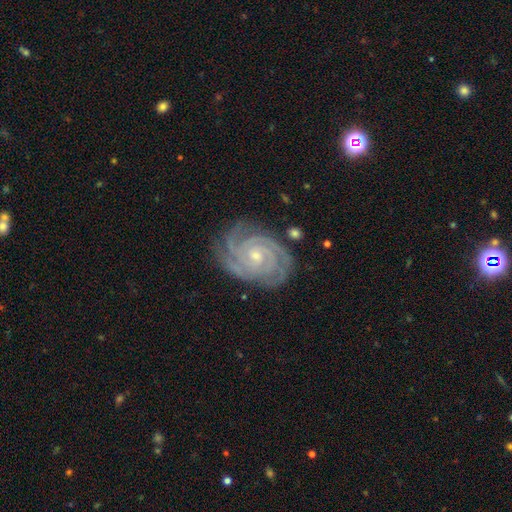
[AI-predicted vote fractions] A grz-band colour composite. It shows a featured or disk galaxy (91%) with no bar (68%), 3 (33%) tight (83%) spiral arms (99%) and a small central bulge (69%). Merging: none (81%).